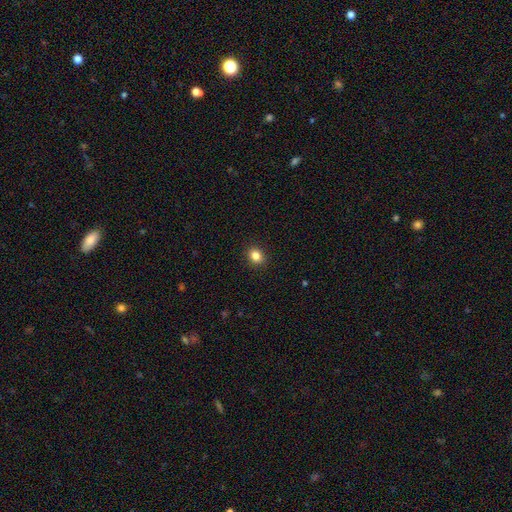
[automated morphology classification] The model was most divided on "how rounded": round: 57%, in between: 42%, cigar-shaped: 1%. More confident: merging — none (90%); smooth or featured — smooth (84%).